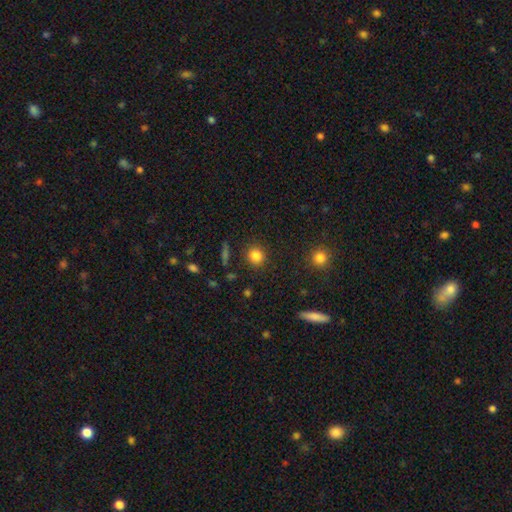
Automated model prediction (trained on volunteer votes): The model was most divided on "how rounded": round: 84%, in between: 15%, cigar-shaped: 1%. More confident: merging — none (88%); smooth or featured — smooth (83%).